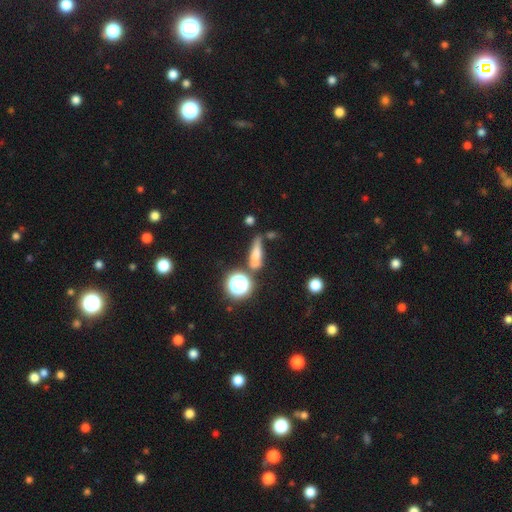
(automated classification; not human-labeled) Smooth or featured: smooth — 63% (featured or disk — 20%)
How rounded: cigar-shaped — 48% (in between — 35%)
Merging: none — 48% (minor disturbance — 24%)